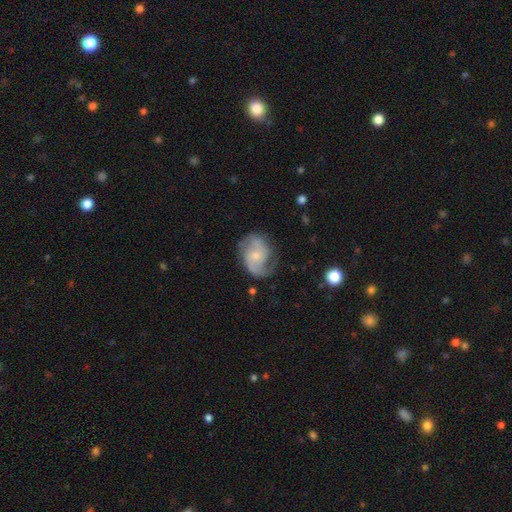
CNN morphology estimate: type=featured or disk (80%); edge-on=no (98%); bar=no (60%); spiral arms=yes (94%); winding=medium (49%); arm count=2 (84%); bulge=small (56%); merging=none (67%).